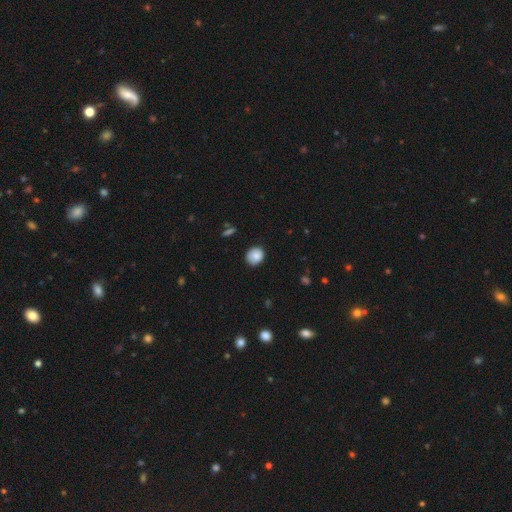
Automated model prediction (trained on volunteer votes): smooth_or_featured: smooth (p=0.85) [alt: star or artifact p=0.08]
how_rounded: round (p=0.77) [alt: in between p=0.22]
merging: none (p=0.84) [alt: minor disturbance p=0.13]